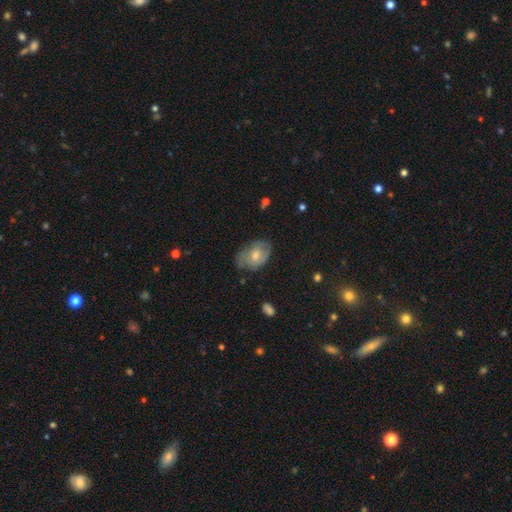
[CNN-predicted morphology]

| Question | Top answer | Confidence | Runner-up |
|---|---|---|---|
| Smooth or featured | smooth | 51% | featured or disk (42%) |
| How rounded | in between | 84% | round (15%) |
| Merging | none | 58% | minor disturbance (30%) |